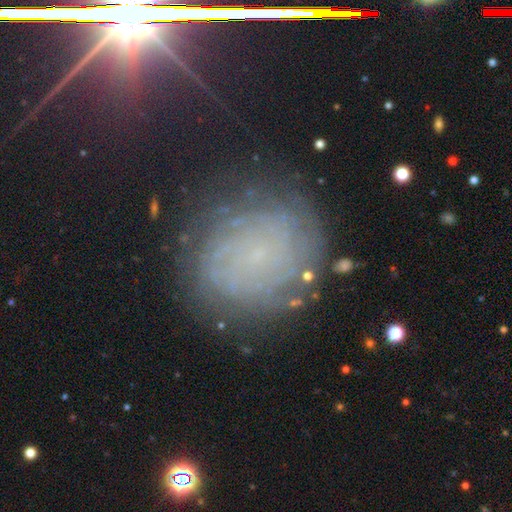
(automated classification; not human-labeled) Smooth or featured? featured or disk (54%)
Edge-on disk? no (96%)
Bar? no (80%)
Spiral arms? yes (85%)
Bulge size? small (64%)
Merging? none (78%)